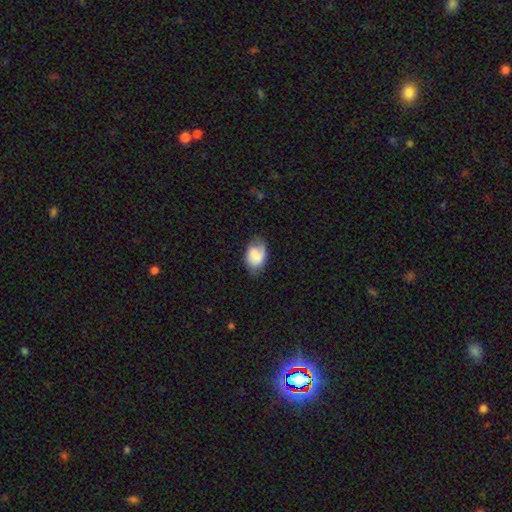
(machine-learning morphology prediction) Smooth or featured? Predicted: smooth (p=0.74). How rounded? Predicted: in between (p=0.80). Merging? Predicted: none (p=0.56).